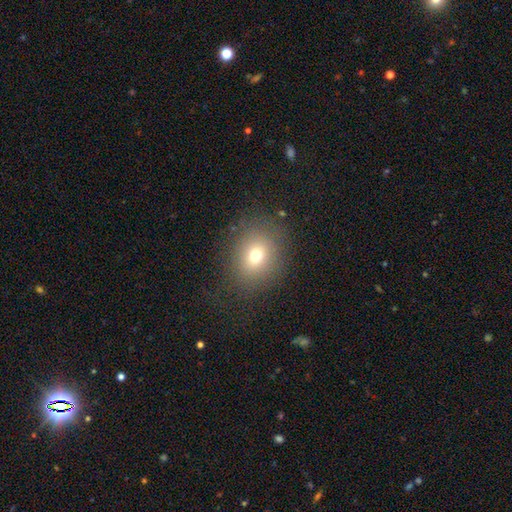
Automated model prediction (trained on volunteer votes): A smooth galaxy with no disk features (71%) that is round (64%). Merging: none (82%).